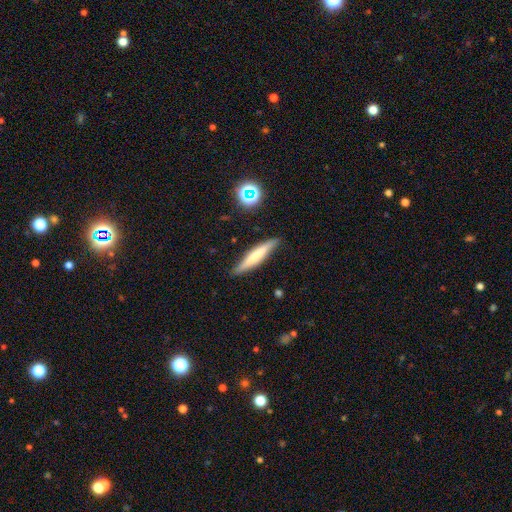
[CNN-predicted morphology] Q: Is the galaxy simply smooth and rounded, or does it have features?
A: smooth — 56%.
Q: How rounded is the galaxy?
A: cigar-shaped — 91%.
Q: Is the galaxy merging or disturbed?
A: none — 86%.